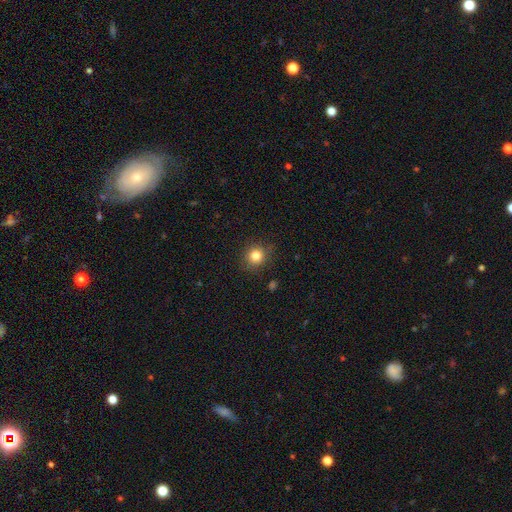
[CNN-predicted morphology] smooth 82%, star or artifact 12%, featured or disk 6%. Down the decision tree: how rounded — round (88%); merging — none (87%).